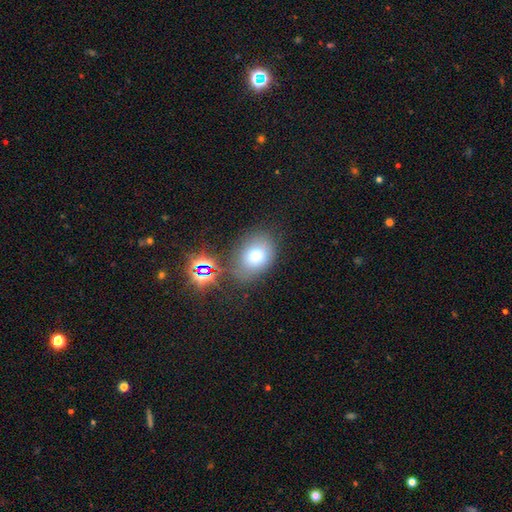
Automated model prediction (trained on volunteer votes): A smooth galaxy with no disk features (73%) that is in between round and cigar-shaped (71%). Merging: none (69%).